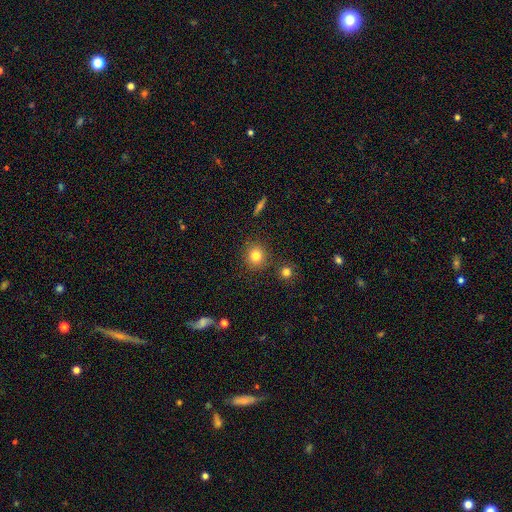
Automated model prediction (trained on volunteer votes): Smooth or featured? smooth (81%)
How rounded? round (88%)
Merging? none (86%)